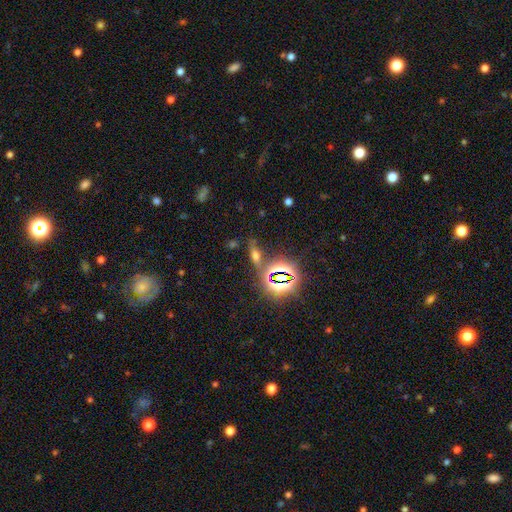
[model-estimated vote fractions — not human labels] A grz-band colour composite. It shows a smooth galaxy with no disk features (39%). Merging: none (76%).